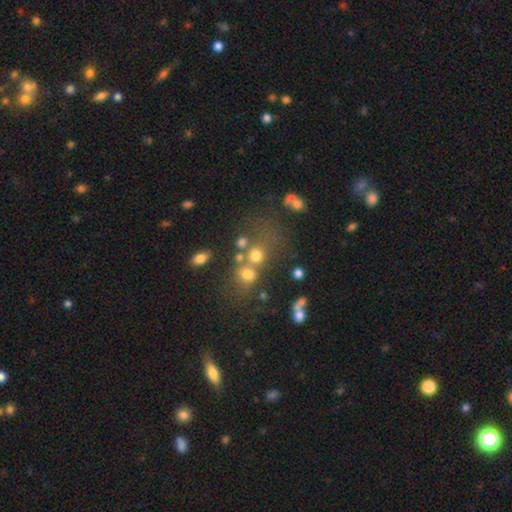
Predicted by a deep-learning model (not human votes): smooth 67%, star or artifact 19%, featured or disk 14%. Down the decision tree: how rounded — round (76%); merging — none (43%).